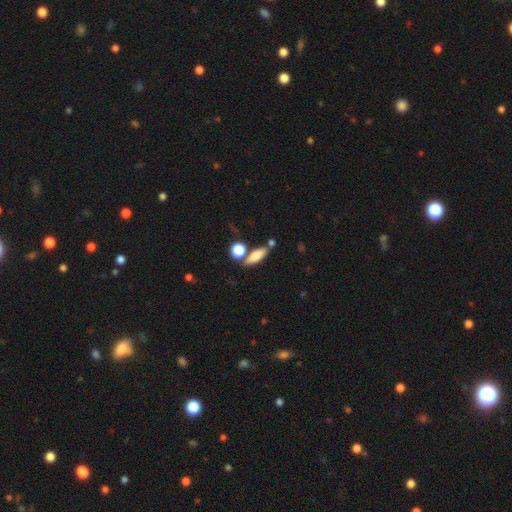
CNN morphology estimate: smooth-or-featured: smooth: 72% | featured or disk: 19% | star or artifact: 9%
  how-rounded: in between: 60% | cigar-shaped: 33% | round: 8%
  merging: none: 66% | merger: 17% | minor disturbance: 13% | major disturbance: 4%